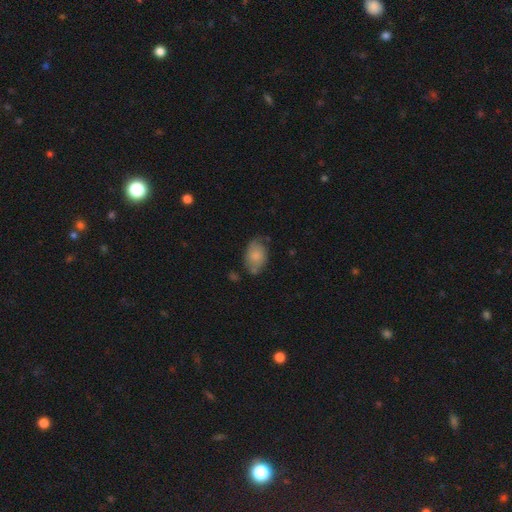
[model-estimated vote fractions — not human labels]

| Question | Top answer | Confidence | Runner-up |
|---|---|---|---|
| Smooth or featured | smooth | 76% | featured or disk (17%) |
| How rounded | in between | 87% | round (11%) |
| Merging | none | 58% | minor disturbance (29%) |